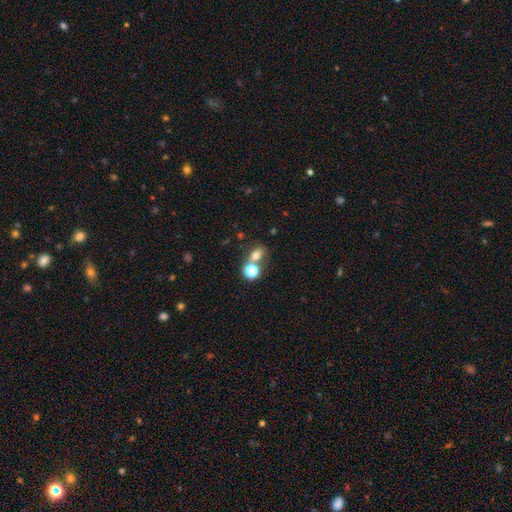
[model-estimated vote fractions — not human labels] smooth-or-featured: smooth: 67% | star or artifact: 19% | featured or disk: 14%
  how-rounded: in between: 51% | round: 47% | cigar-shaped: 2%
  merging: none: 52% | merger: 32% | minor disturbance: 11% | major disturbance: 5%